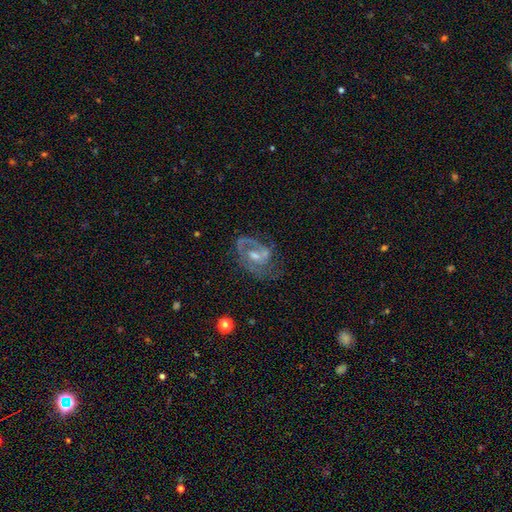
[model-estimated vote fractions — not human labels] A featured or disk galaxy (81%) with a weak bar (46%), 2 (64%) medium (49%) spiral arms (86%) and a moderate central bulge (50%). Merging: none (57%).